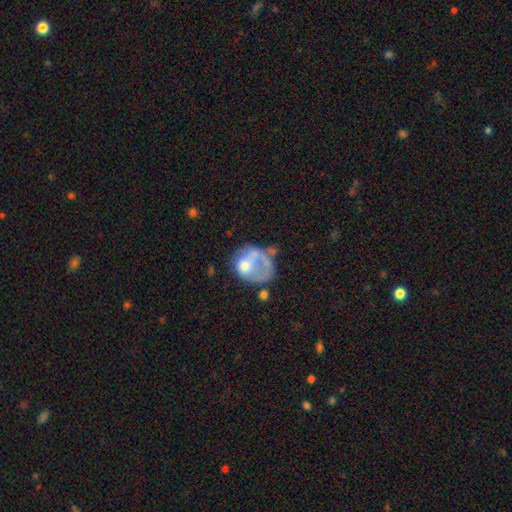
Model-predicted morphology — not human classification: Overall: featured or disk (46%; smooth 45%). Merging: major disturbance (41%; none 24%).